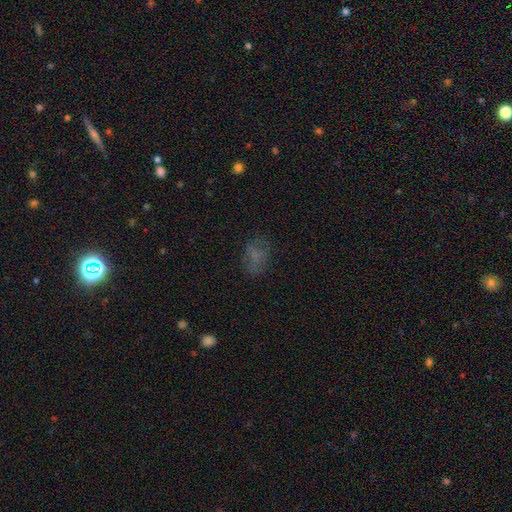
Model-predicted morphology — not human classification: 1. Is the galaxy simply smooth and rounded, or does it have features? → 59% smooth, 21% featured or disk, 20% star or artifact.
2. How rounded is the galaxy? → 76% in between, 22% round, 2% cigar-shaped.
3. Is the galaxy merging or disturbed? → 62% none, 20% minor disturbance, 15% major disturbance, 3% merger.